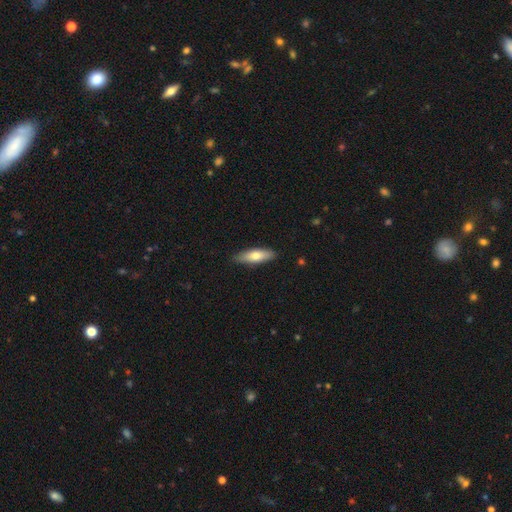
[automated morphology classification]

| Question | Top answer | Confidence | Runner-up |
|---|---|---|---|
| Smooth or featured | smooth | 70% | featured or disk (25%) |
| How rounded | in between | 51% | cigar-shaped (47%) |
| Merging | none | 87% | minor disturbance (10%) |